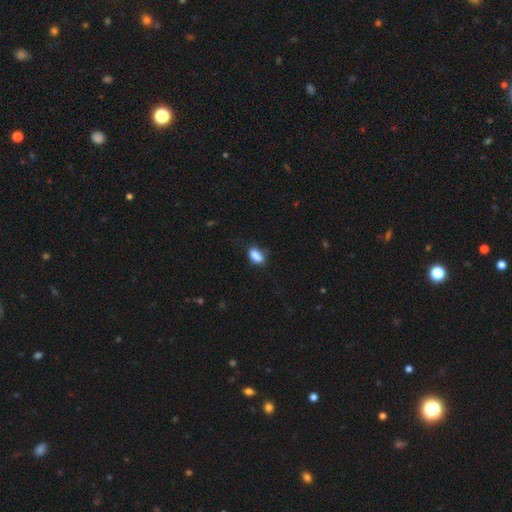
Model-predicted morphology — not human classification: A smooth galaxy with no disk features (86%) that is in between round and cigar-shaped (88%). Merging: none (60%).